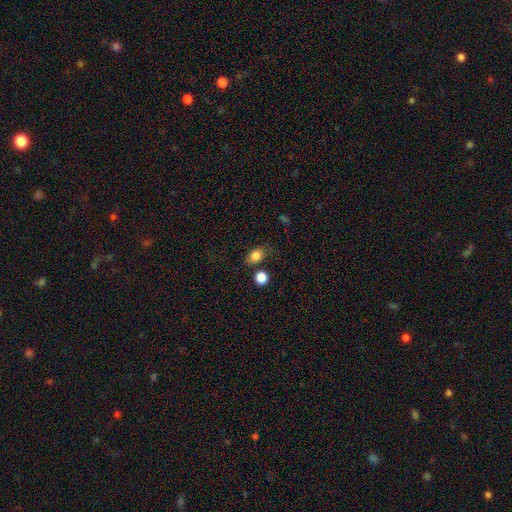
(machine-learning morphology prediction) type=smooth (83%); roundness=in between (65%); merging=none (69%).